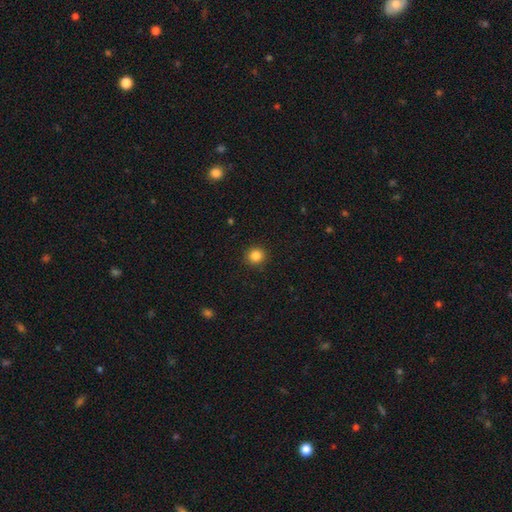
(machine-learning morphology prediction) smooth 85%, star or artifact 11%, featured or disk 4%. Down the decision tree: how rounded — round (92%); merging — none (92%).